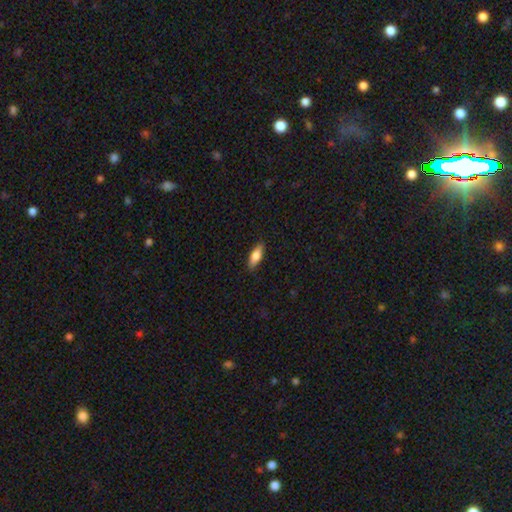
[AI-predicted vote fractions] Q: Smooth or featured?
A: smooth (73%); runner-up: featured or disk (21%)
Q: How rounded?
A: in between (66%); runner-up: cigar-shaped (31%)
Q: Merging?
A: none (87%); runner-up: minor disturbance (10%)